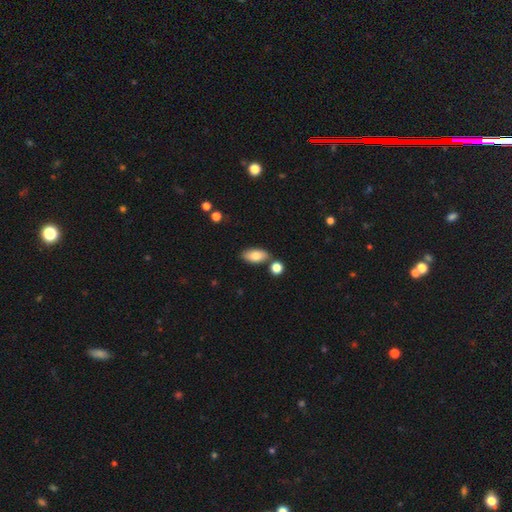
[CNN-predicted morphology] smooth-or-featured: smooth: 79% | featured or disk: 14% | star or artifact: 7%
  how-rounded: in between: 90% | cigar-shaped: 6% | round: 4%
  merging: none: 77% | minor disturbance: 11% | merger: 9% | major disturbance: 2%